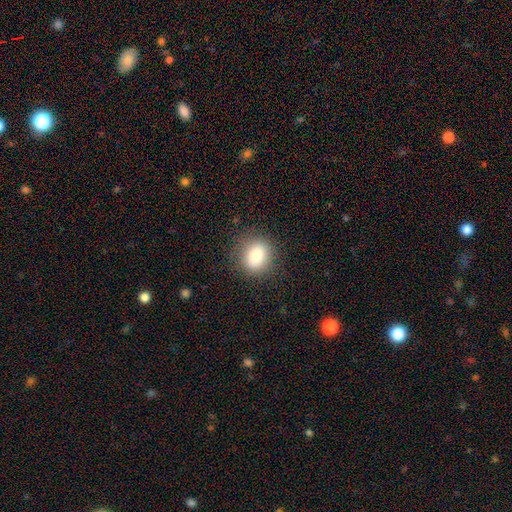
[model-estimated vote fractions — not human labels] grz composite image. It shows a smooth galaxy with no disk features (81%) that is round (72%). Merging: none (86%).